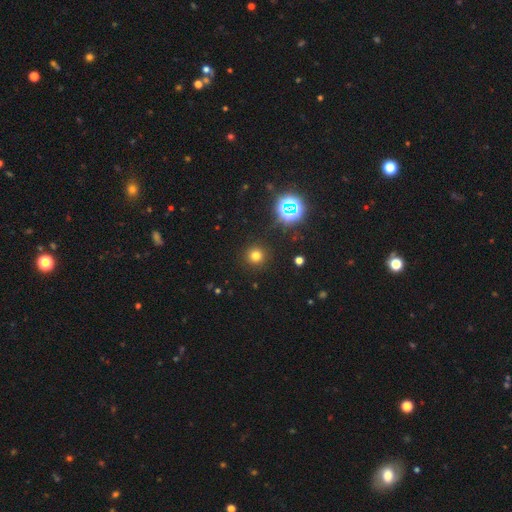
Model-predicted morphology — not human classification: A smooth galaxy with no disk features (70%) that is round (95%).

Vote fractions:
- Smooth or featured? smooth: 70% / star or artifact: 23% / featured or disk: 7%
- How rounded? round: 95% / in between: 5% / cigar-shaped: 1%
- Merging? none: 91% / minor disturbance: 5% / major disturbance: 3% / merger: 1%